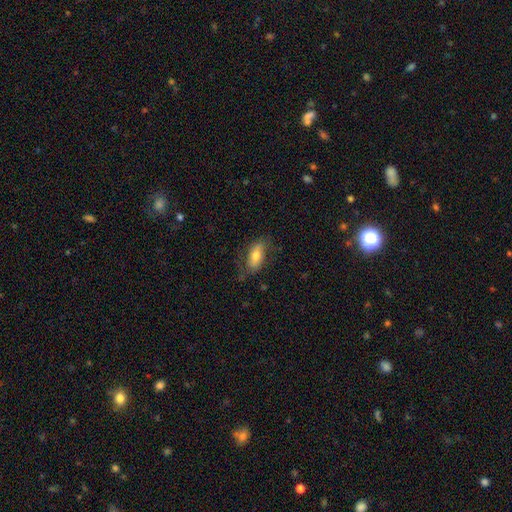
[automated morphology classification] This is likely a smooth galaxy (63%). How rounded: clearly in between (86%). Merging: likely none (64%).